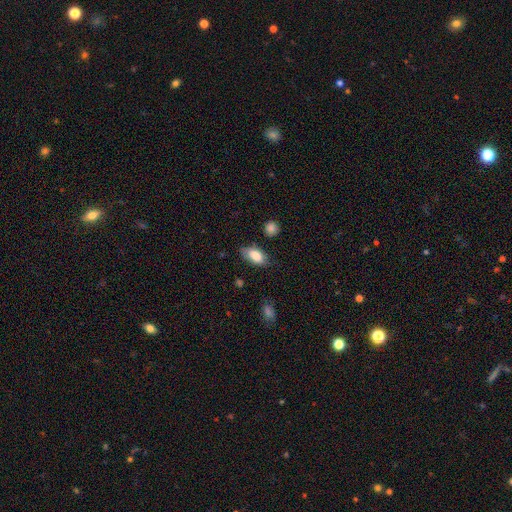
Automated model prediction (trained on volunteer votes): This appears to be a smooth galaxy with no disk features (85%) that is in between round and cigar-shaped (91%). Merging: none (73%).